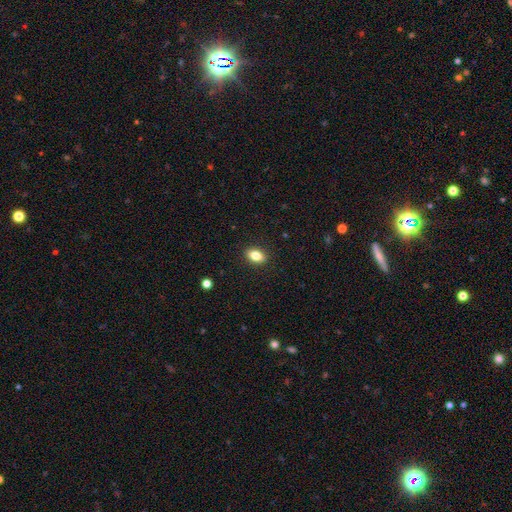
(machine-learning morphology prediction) Overall: smooth (82%). How rounded: in between (85%). Merging: none (89%).